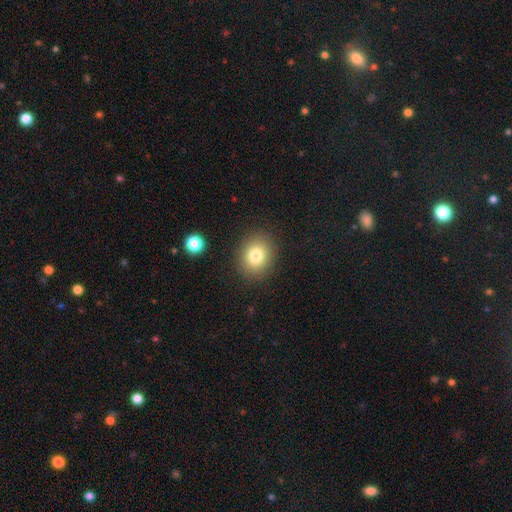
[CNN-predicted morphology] Q: Smooth or featured?
A: smooth (80%); runner-up: star or artifact (11%)
Q: How rounded?
A: round (64%); runner-up: in between (35%)
Q: Merging?
A: none (88%); runner-up: minor disturbance (8%)